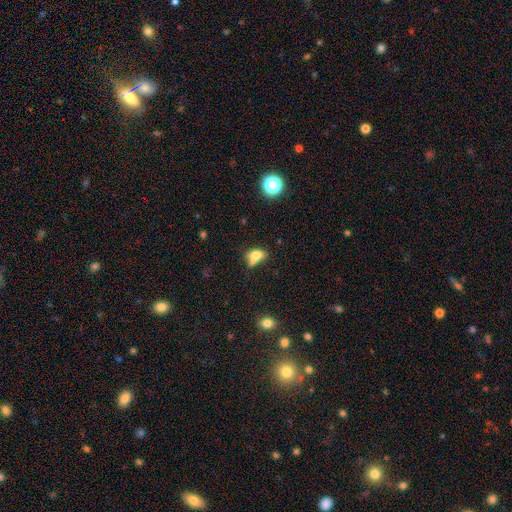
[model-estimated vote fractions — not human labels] smooth_or_featured: smooth (p=0.70) [alt: featured or disk p=0.17]
how_rounded: in between (p=0.72) [alt: round p=0.22]
merging: merger (p=0.36) [alt: none p=0.31]